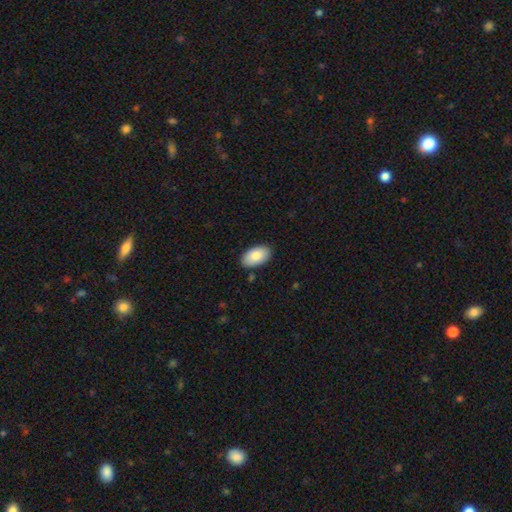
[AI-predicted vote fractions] This is clearly a smooth galaxy (85%). How rounded: clearly in between (96%). Merging: clearly none (87%).